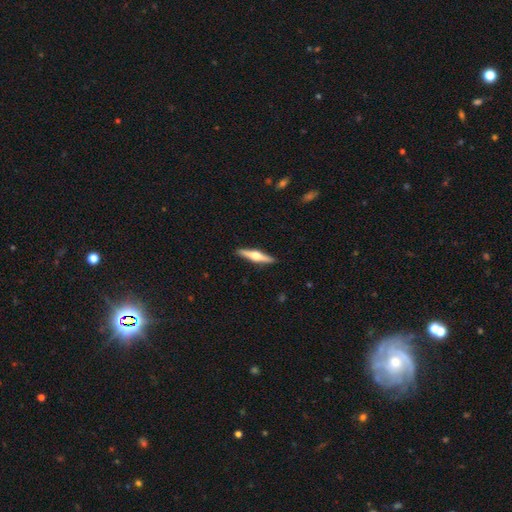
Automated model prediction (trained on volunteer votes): Smooth or featured? Predicted: featured or disk (p=0.69). Edge-on disk? Predicted: yes (p=0.98). Edge-on bulge? Predicted: rounded (p=0.94). Merging? Predicted: none (p=0.92).